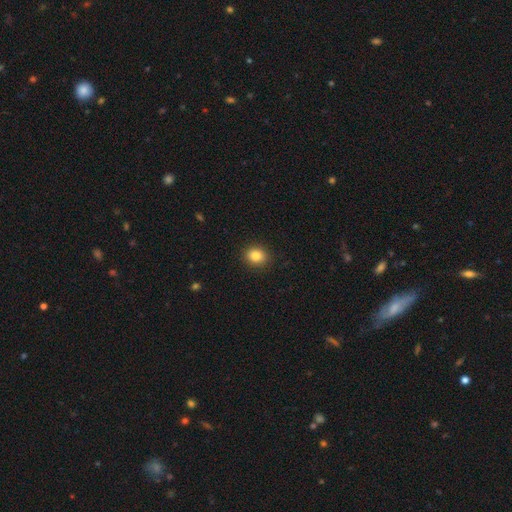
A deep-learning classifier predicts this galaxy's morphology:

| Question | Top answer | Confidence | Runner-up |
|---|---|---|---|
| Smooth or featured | smooth | 85% | star or artifact (10%) |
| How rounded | round | 66% | in between (33%) |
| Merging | none | 90% | minor disturbance (7%) |